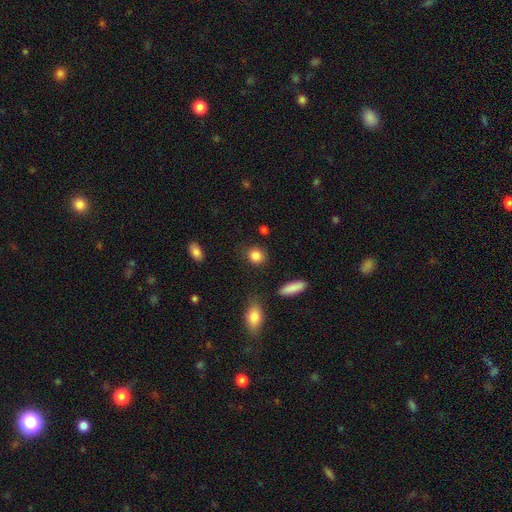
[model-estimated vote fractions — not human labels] Smooth or featured: smooth — 87% (star or artifact — 9%)
How rounded: round — 72% (in between — 26%)
Merging: none — 84% (minor disturbance — 10%)